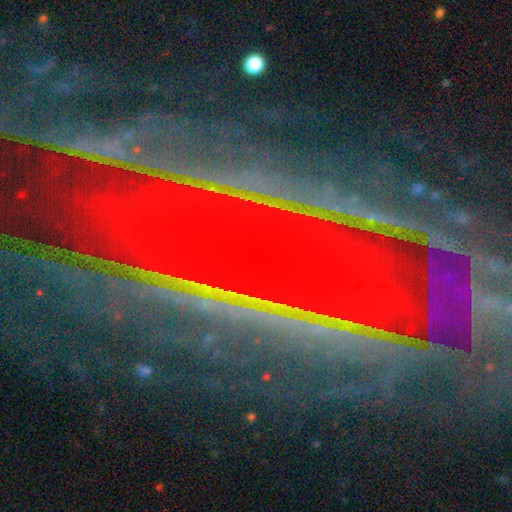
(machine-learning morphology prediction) A featured or disk galaxy (64%). Merging: none (68%).